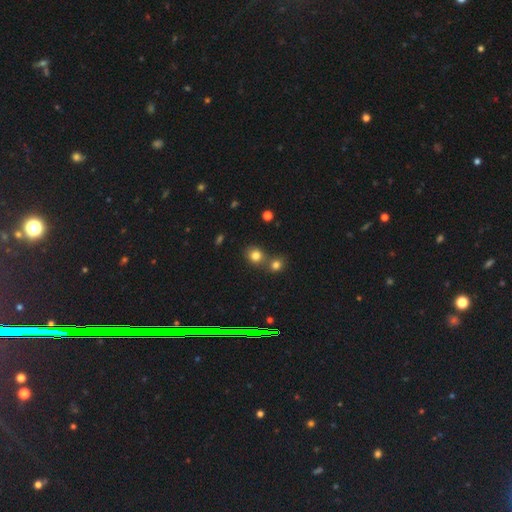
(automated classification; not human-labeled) Smooth or featured? smooth (77%)
How rounded? round (78%)
Merging? none (58%)